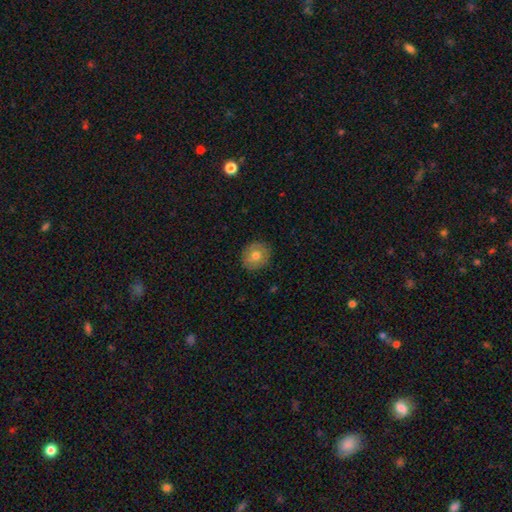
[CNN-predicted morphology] This is likely a smooth galaxy (73%). How rounded: likely round (79%). Merging: clearly none (88%).